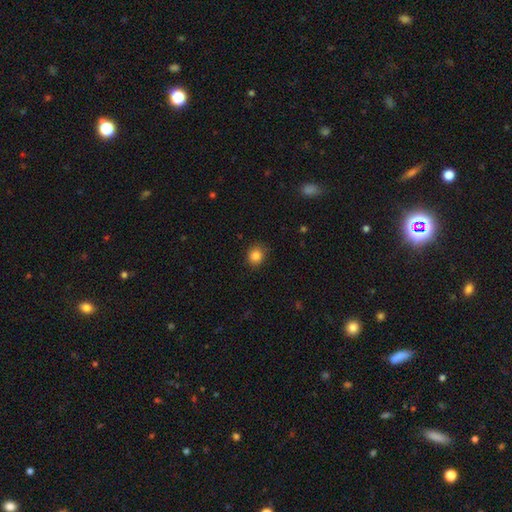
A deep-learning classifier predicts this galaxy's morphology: The model was most divided on "how rounded": round: 82%, in between: 17%, cigar-shaped: 1%. More confident: smooth or featured — smooth (85%); merging — none (83%).